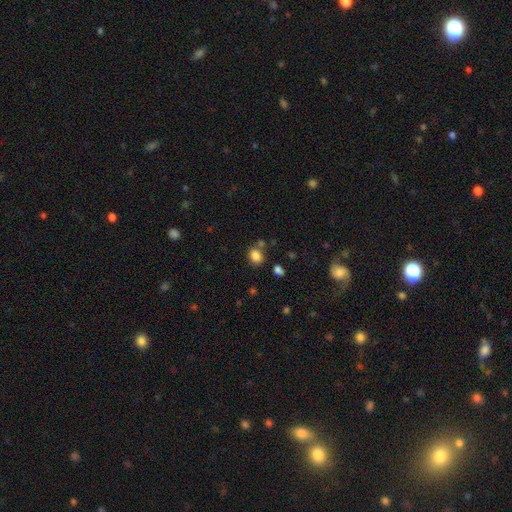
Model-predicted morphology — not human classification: smooth 83%, star or artifact 12%, featured or disk 5%. Down the decision tree: how rounded — in between (63%); merging — none (68%).